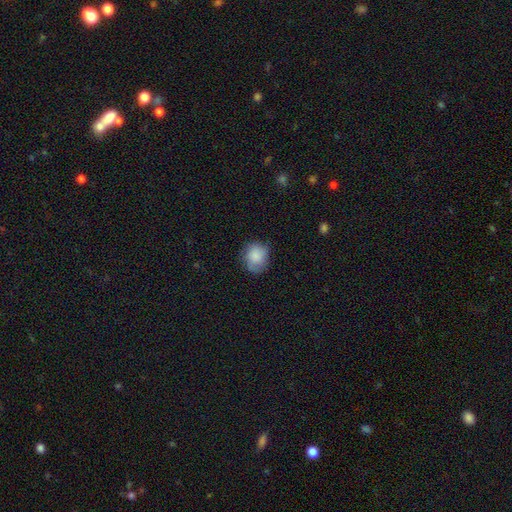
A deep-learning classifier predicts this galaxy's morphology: Smooth or featured?
  - smooth: 83% *
  - featured or disk: 10%
  - star or artifact: 7%
How rounded?
  - round: 69% *
  - in between: 30%
  - cigar-shaped: 1%
Merging?
  - none: 68% *
  - minor disturbance: 24%
  - major disturbance: 6%
  - merger: 1%